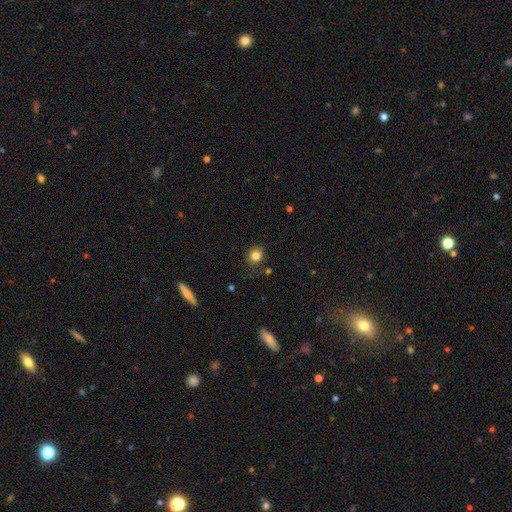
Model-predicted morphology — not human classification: Smooth or featured?
  - smooth: 83% *
  - star or artifact: 11%
  - featured or disk: 6%
How rounded?
  - round: 82% *
  - in between: 17%
  - cigar-shaped: 1%
Merging?
  - none: 84% *
  - minor disturbance: 11%
  - major disturbance: 3%
  - merger: 2%